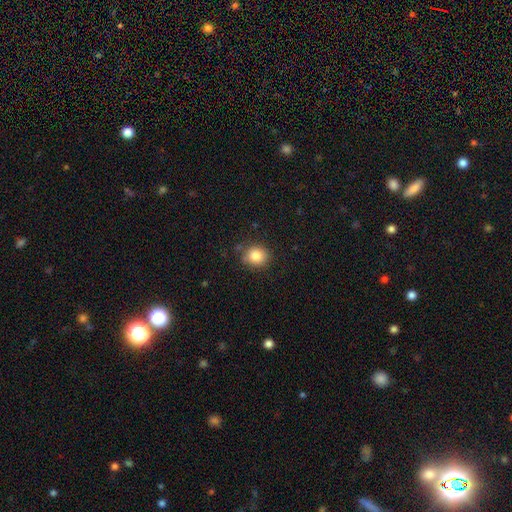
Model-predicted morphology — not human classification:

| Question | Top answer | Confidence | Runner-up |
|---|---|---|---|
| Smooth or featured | smooth | 84% | star or artifact (10%) |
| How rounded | round | 76% | in between (23%) |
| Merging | none | 81% | minor disturbance (14%) |